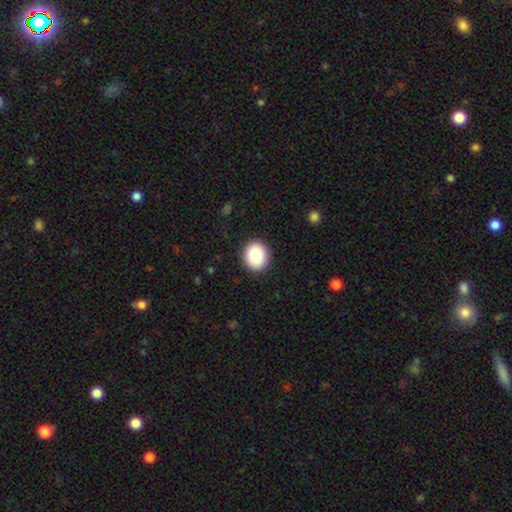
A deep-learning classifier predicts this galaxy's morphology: This is clearly a smooth galaxy (88%). How rounded: likely round (70%). Merging: clearly none (90%).